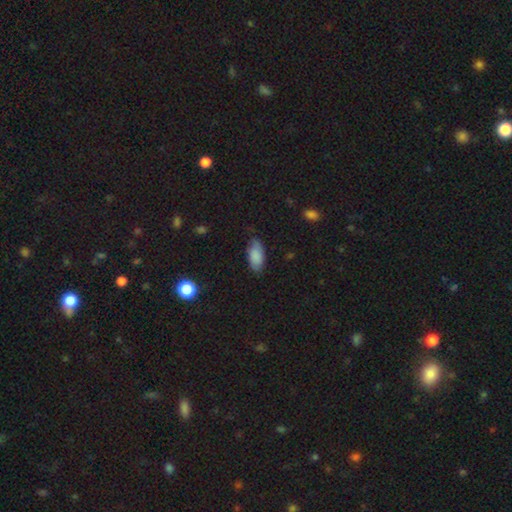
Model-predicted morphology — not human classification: smooth-or-featured: smooth: 83% | featured or disk: 10% | star or artifact: 7%
  how-rounded: in between: 91% | cigar-shaped: 7% | round: 3%
  merging: none: 71% | minor disturbance: 23% | major disturbance: 5% | merger: 1%